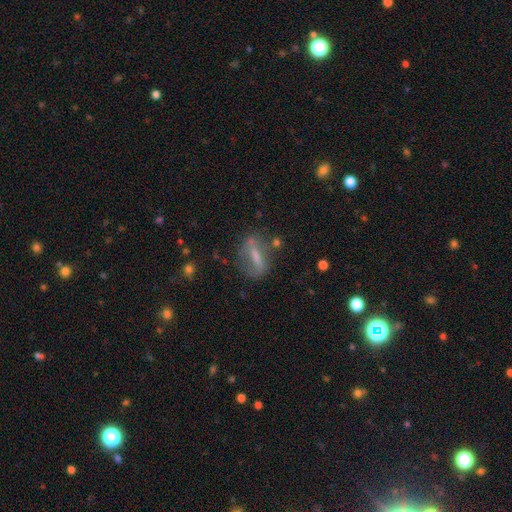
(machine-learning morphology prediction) This appears to be a featured or disk galaxy (46%). Merging: none (63%).